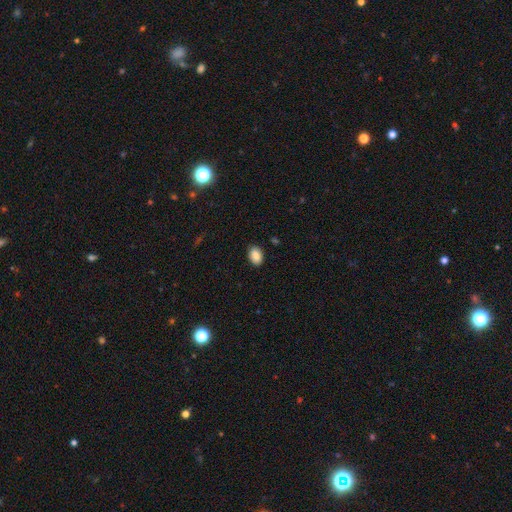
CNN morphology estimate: Q: Smooth or featured?
A: smooth (88%); runner-up: star or artifact (8%)
Q: How rounded?
A: in between (85%); runner-up: round (13%)
Q: Merging?
A: none (87%); runner-up: minor disturbance (10%)